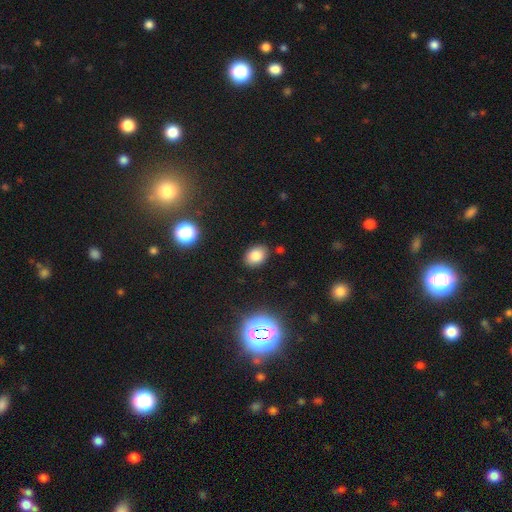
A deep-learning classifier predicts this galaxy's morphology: Smooth or featured?
  - smooth: 80% *
  - star or artifact: 13%
  - featured or disk: 7%
How rounded?
  - in between: 74% *
  - round: 25%
  - cigar-shaped: 1%
Merging?
  - none: 85% *
  - minor disturbance: 10%
  - major disturbance: 3%
  - merger: 2%